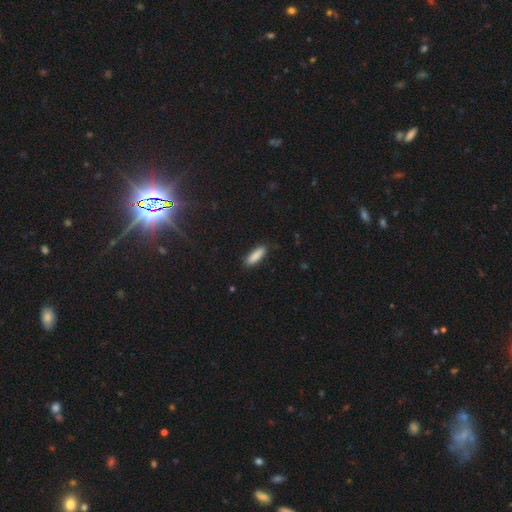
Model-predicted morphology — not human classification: This is clearly a smooth galaxy (87%). How rounded: possibly cigar-shaped (58%). Merging: clearly none (87%).